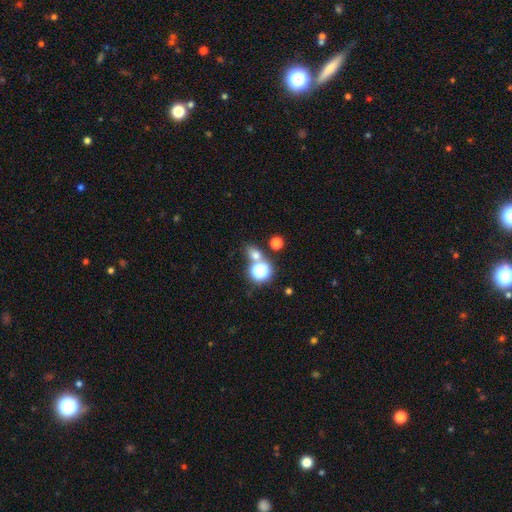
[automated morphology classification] Smooth or featured: smooth — 63% (star or artifact — 28%)
How rounded: round — 56% (in between — 42%)
Merging: none — 63% (merger — 23%)